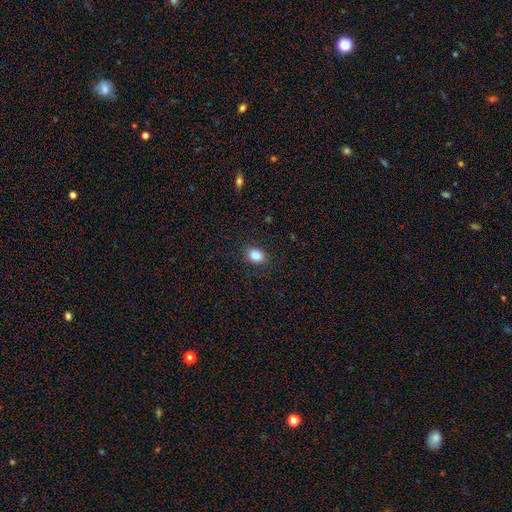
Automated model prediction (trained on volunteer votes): Smooth or featured: smooth — 84% (star or artifact — 10%)
How rounded: in between — 62% (round — 37%)
Merging: none — 88% (minor disturbance — 8%)